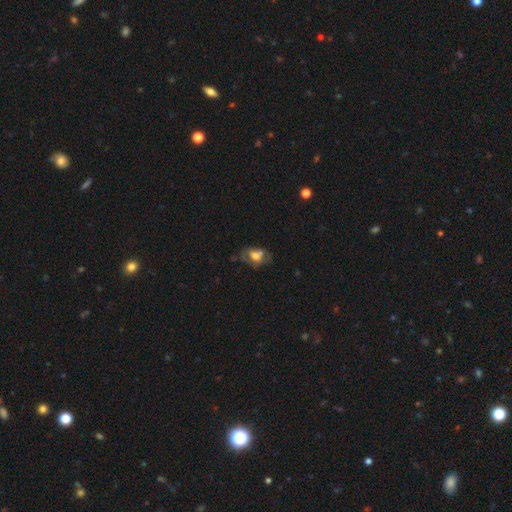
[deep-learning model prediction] A smooth galaxy with no disk features (52%) that is in between round and cigar-shaped (79%). Merging: none (38%).